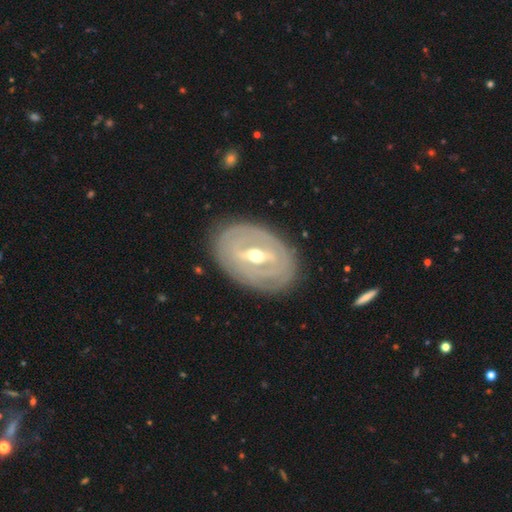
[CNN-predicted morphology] A featured or disk galaxy (82%) with a strong bar (61%), spiral arms (55%) and a moderate central bulge (69%).

Vote fractions:
- Smooth or featured? featured or disk: 82% / smooth: 13% / star or artifact: 5%
- Edge-on disk? no: 91% / yes: 9%
- Bar? strong: 61% / weak: 29% / no: 11%
- Spiral arms? yes: 55% / no: 45%
- Bulge size? moderate: 69% / small: 25% / large: 4% / dominant: 1% / none: 1%
- Merging? none: 83% / minor disturbance: 12% / major disturbance: 4% / merger: 1%